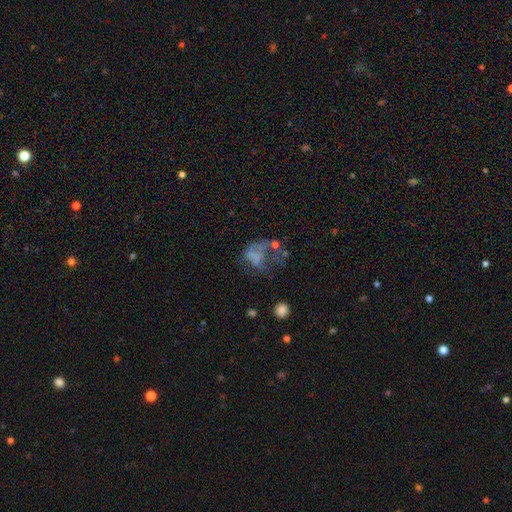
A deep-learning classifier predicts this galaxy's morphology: This is marginally a featured or disk galaxy (44%). Merging: possibly major disturbance (48%).